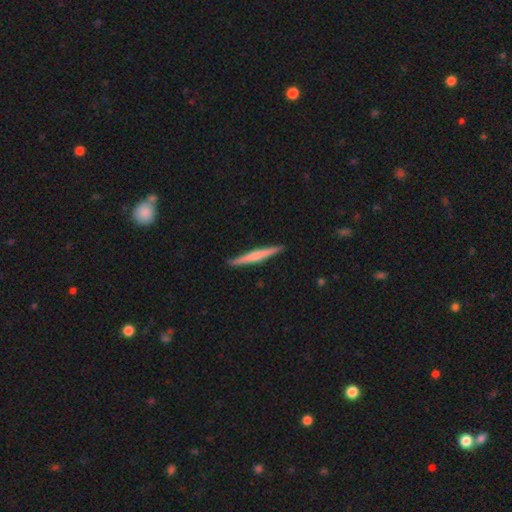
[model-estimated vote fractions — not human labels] featured or disk 55%, smooth 40%, star or artifact 5%. Down the decision tree: edge-on disk — yes (98%); edge-on bulge — rounded (51%); merging — none (91%).